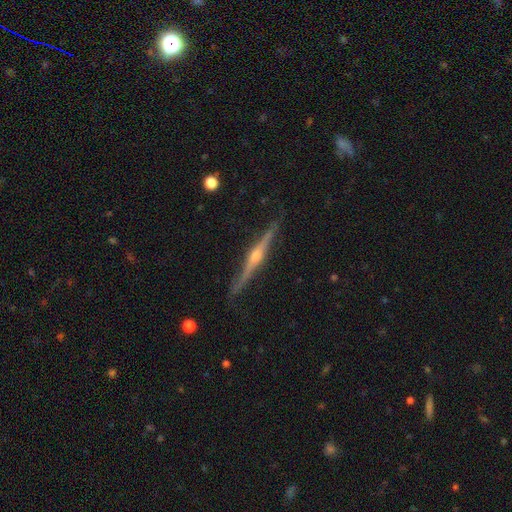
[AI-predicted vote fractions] This is clearly a featured or disk galaxy (85%). It is clearly viewed edge-on (98%). Edge-on bulge: clearly rounded (90%). Merging: clearly none (87%).